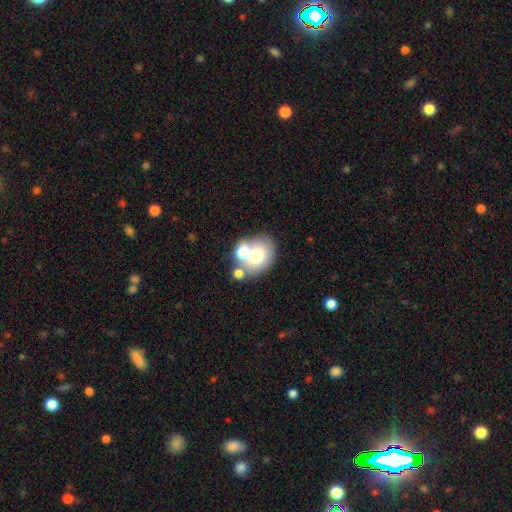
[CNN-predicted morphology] Overall: smooth (69%). How rounded: in between (58%; round 41%). Merging: none (44%; merger 35%).